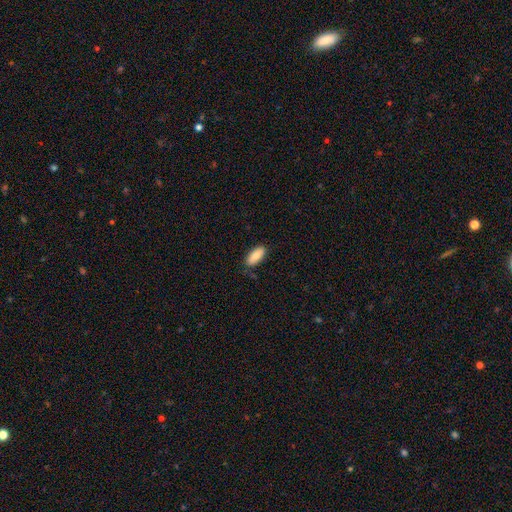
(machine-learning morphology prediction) Smooth or featured? Predicted: smooth (p=0.83). How rounded? Predicted: in between (p=0.87). Merging? Predicted: none (p=0.80).